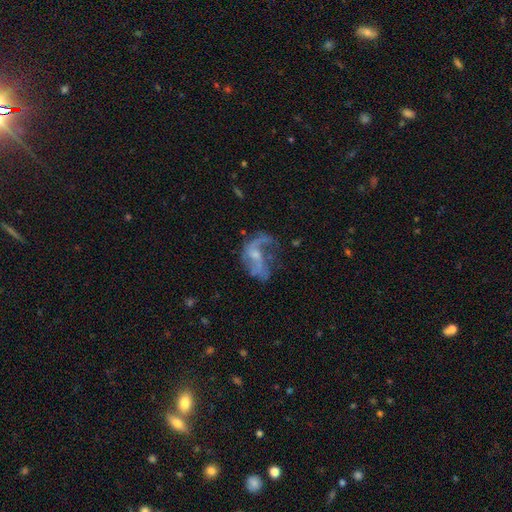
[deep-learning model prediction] This is likely a featured or disk galaxy (73%). It is clearly not viewed edge-on (97%). Bar: possibly no (57%). Spiral arm pattern: likely yes (71%). Spiral arm count: possibly 2 (50%). Spiral winding: likely loose (74%). Central bulge: possibly small (49%). Merging: marginally major disturbance (43%).